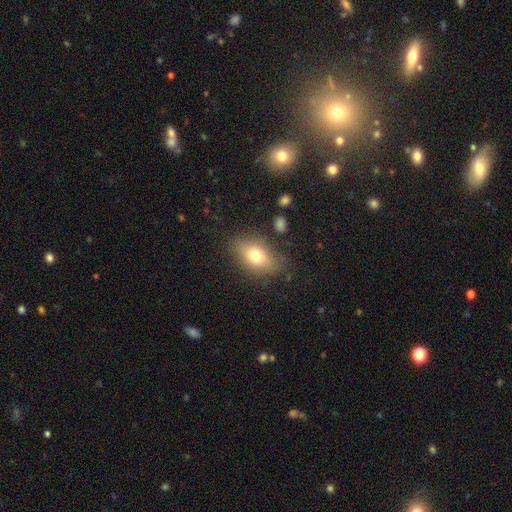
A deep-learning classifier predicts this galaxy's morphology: A smooth galaxy with no disk features (70%) that is in between round and cigar-shaped (81%).

Vote fractions:
- Smooth or featured? smooth: 70% / featured or disk: 20% / star or artifact: 10%
- How rounded? in between: 81% / round: 15% / cigar-shaped: 4%
- Merging? none: 74% / minor disturbance: 17% / major disturbance: 6% / merger: 2%